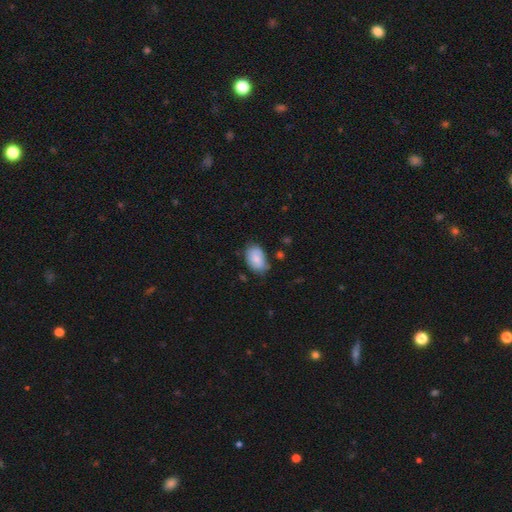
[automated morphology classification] A smooth galaxy with no disk features (73%) that is in between round and cigar-shaped (86%). Merging: none (63%).